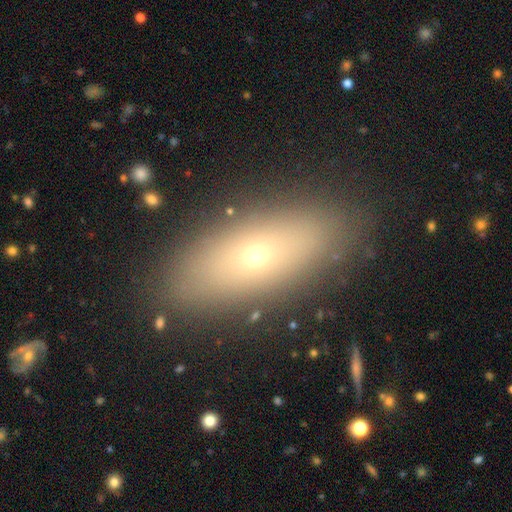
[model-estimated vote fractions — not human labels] A smooth galaxy with no disk features (60%) that is in between round and cigar-shaped (68%). Merging: none (86%).